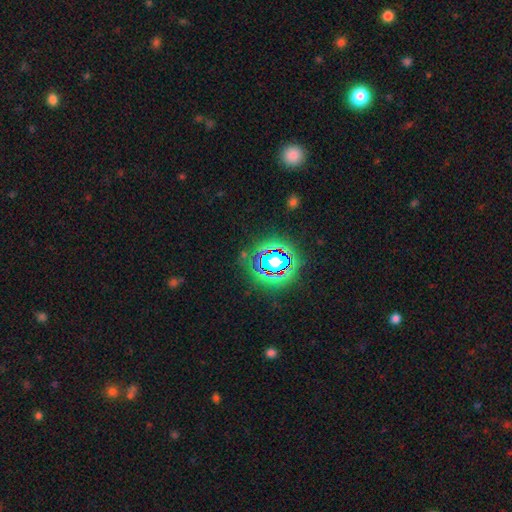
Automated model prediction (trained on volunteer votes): Smooth or featured? star or artifact (79%)